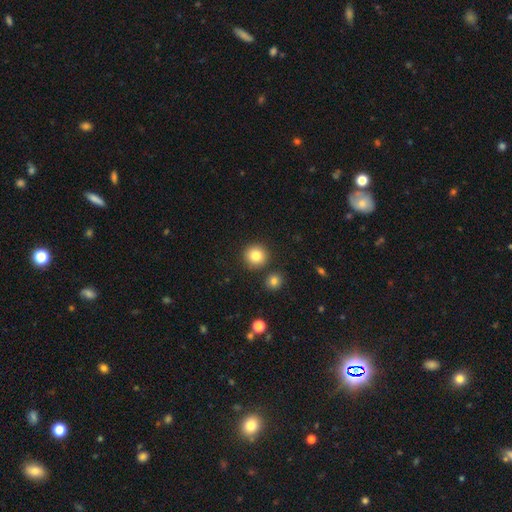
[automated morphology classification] This appears to be a smooth galaxy with no disk features (84%) that is round (94%). Merging: none (87%).